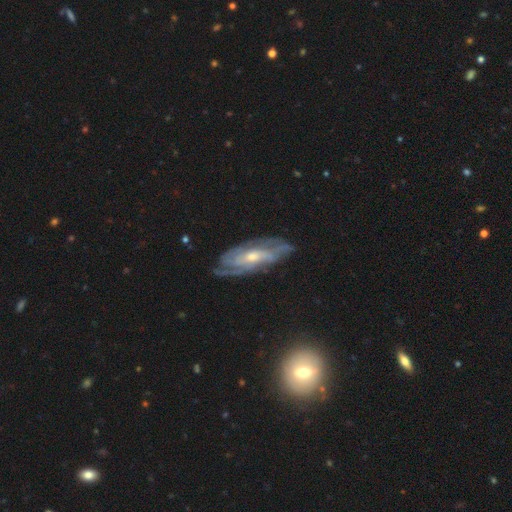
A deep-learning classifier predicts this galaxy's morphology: smooth-or-featured: featured or disk: 82% | smooth: 10% | star or artifact: 7%
  disk-edge-on: no: 86% | yes: 14%
    bar: no: 45% | weak: 40% | strong: 16%
    has-spiral-arms: yes: 90% | no: 10%
      spiral-winding: tight: 61% | medium: 30% | loose: 9%
      spiral-arm-count: can't tell: 46% | 2: 24% | 3: 14% | 4: 7% | 1: 5% | more than 4: 5%
    bulge-size: small: 50% | moderate: 46% | large: 2% | none: 1% | dominant: 1%
  merging: none: 77% | minor disturbance: 16% | major disturbance: 5% | merger: 2%